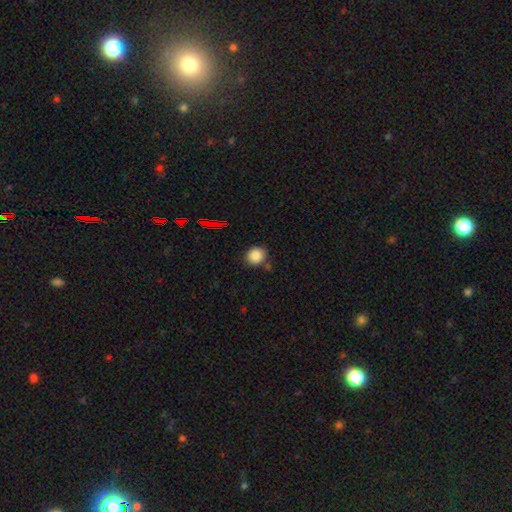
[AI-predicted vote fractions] Q: Smooth or featured?
A: smooth (84%); runner-up: star or artifact (11%)
Q: How rounded?
A: round (78%); runner-up: in between (21%)
Q: Merging?
A: none (78%); runner-up: minor disturbance (13%)